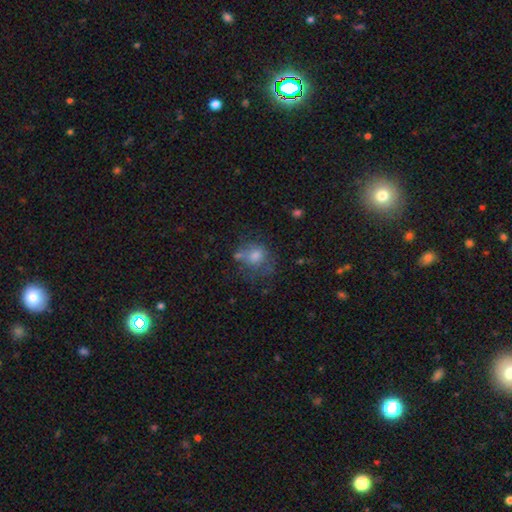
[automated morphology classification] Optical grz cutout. It shows a smooth galaxy with no disk features (63%) that is round (65%). Merging: none (46%).